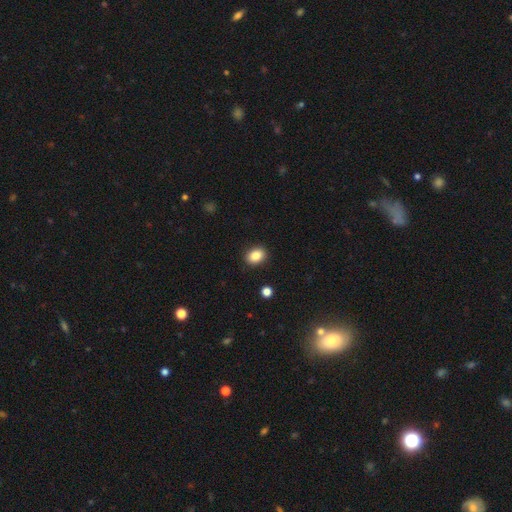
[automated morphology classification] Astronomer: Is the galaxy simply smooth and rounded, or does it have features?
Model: smooth — 86%.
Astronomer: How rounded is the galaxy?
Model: in between — 66%.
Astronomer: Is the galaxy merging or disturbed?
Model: none — 89%.